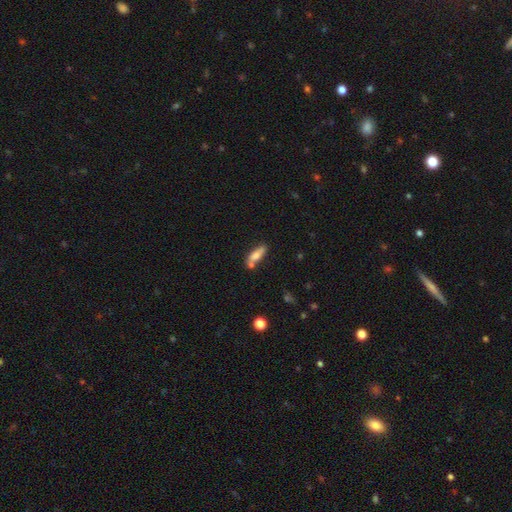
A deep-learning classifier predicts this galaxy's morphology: Smooth or featured: smooth — 70% (featured or disk — 22%)
How rounded: in between — 54% (cigar-shaped — 44%)
Merging: none — 57% (merger — 21%)